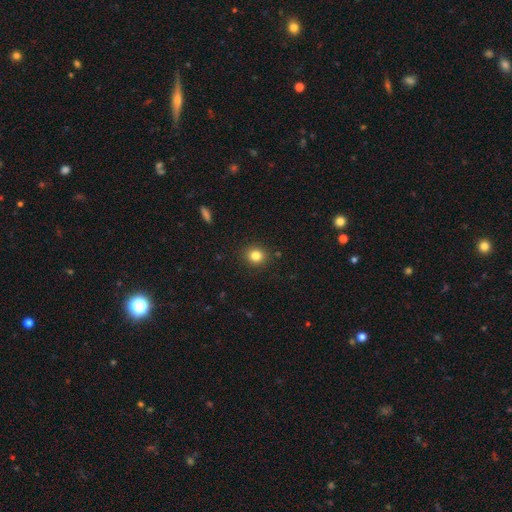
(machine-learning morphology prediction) Smooth or featured: smooth — 82% (star or artifact — 12%)
How rounded: round — 81% (in between — 18%)
Merging: none — 90% (minor disturbance — 7%)